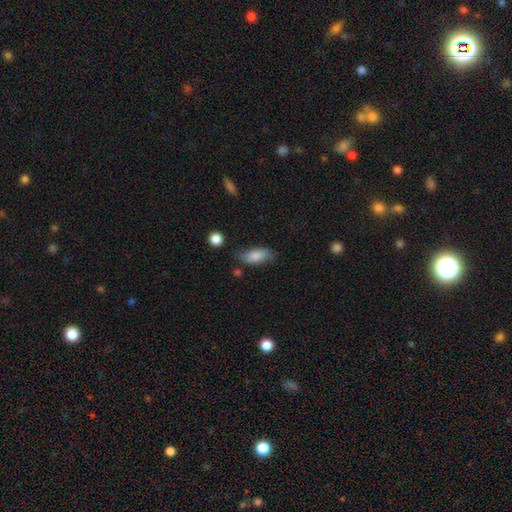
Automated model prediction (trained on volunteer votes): The model was most divided on "merging": none: 66%, minor disturbance: 24%, major disturbance: 6%, merger: 3%. More confident: how rounded — in between (87%); smooth or featured — smooth (81%).